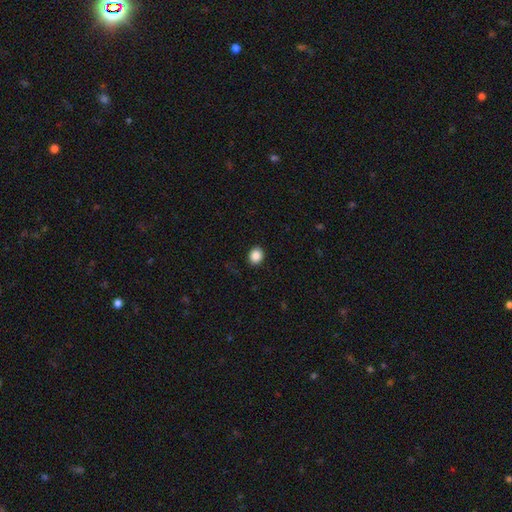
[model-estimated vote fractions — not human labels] This is clearly a smooth galaxy (87%). How rounded: likely round (68%). Merging: clearly none (90%).